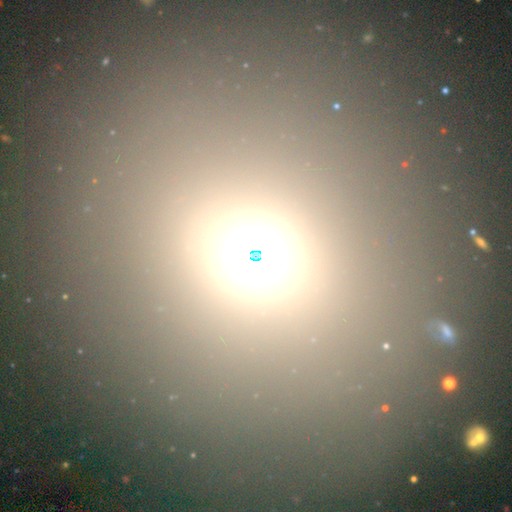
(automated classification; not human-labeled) smooth 58%, star or artifact 30%, featured or disk 12%. Down the decision tree: how rounded — round (72%); merging — none (78%).